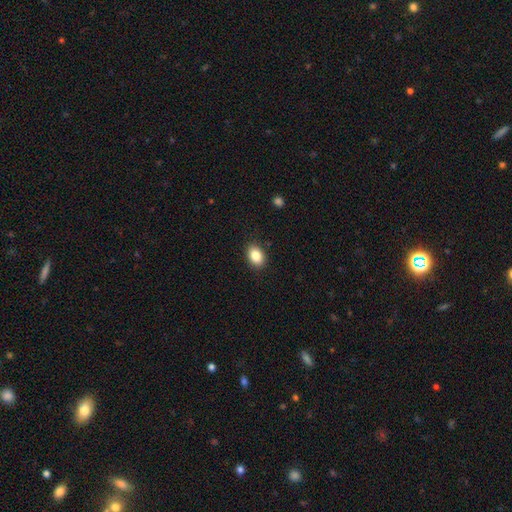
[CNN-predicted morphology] Smooth or featured? Predicted: smooth (p=0.86). How rounded? Predicted: in between (p=0.78). Merging? Predicted: none (p=0.89).